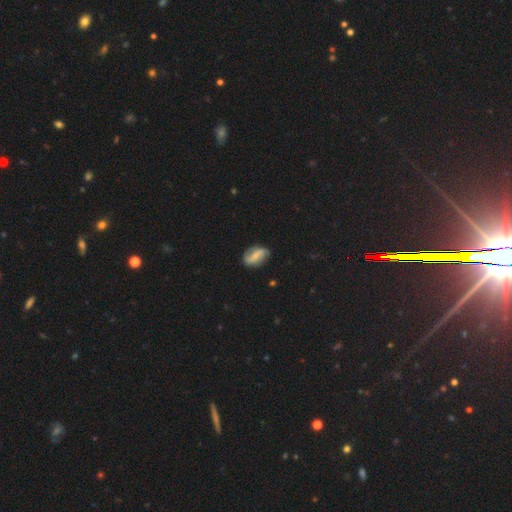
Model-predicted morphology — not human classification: This is likely a featured or disk galaxy (64%). It is clearly not viewed edge-on (96%). Bar: marginally weak (42%). Spiral arm pattern: clearly yes (90%). Spiral arm count: clearly 2 (87%). Spiral winding: possibly loose (55%). Central bulge: possibly small (46%). Merging: likely none (79%).